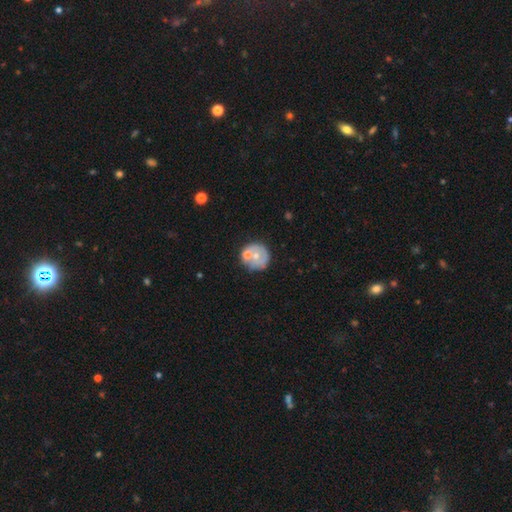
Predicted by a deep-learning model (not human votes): Q: Smooth or featured?
A: smooth (53%); runner-up: featured or disk (38%)
Q: How rounded?
A: round (90%); runner-up: in between (9%)
Q: Merging?
A: none (55%); runner-up: merger (24%)